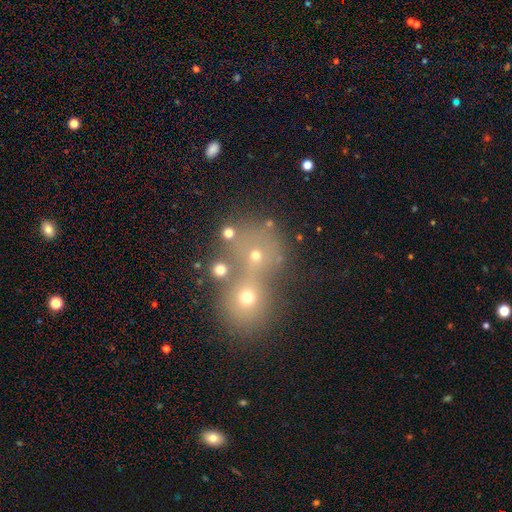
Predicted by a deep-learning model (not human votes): Morphology: type=smooth (56%); roundness=round (80%); merging=merger (58%).